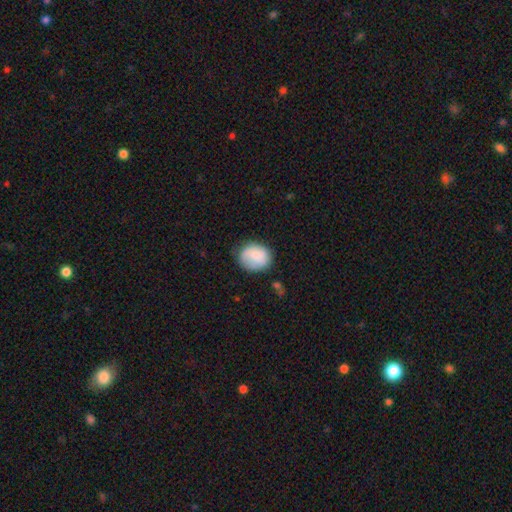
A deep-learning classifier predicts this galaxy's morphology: A smooth galaxy with no disk features (77%) that is round (66%). Merging: none (66%).